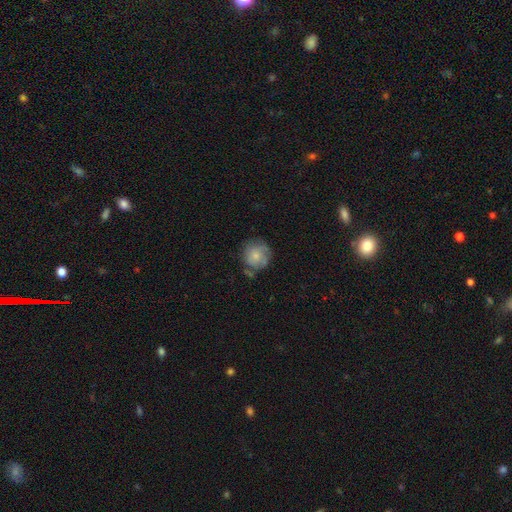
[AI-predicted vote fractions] A smooth galaxy with no disk features (65%) that is round (87%). Merging: none (58%).